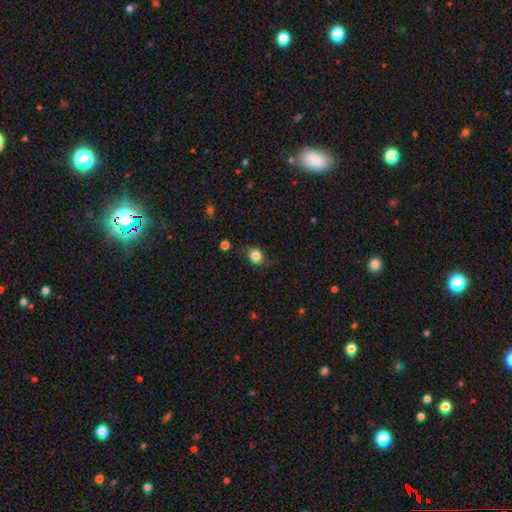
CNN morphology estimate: Smooth or featured?
  - smooth: 83% *
  - star or artifact: 10%
  - featured or disk: 7%
How rounded?
  - in between: 54% *
  - round: 45%
  - cigar-shaped: 1%
Merging?
  - none: 78% *
  - minor disturbance: 16%
  - major disturbance: 4%
  - merger: 2%